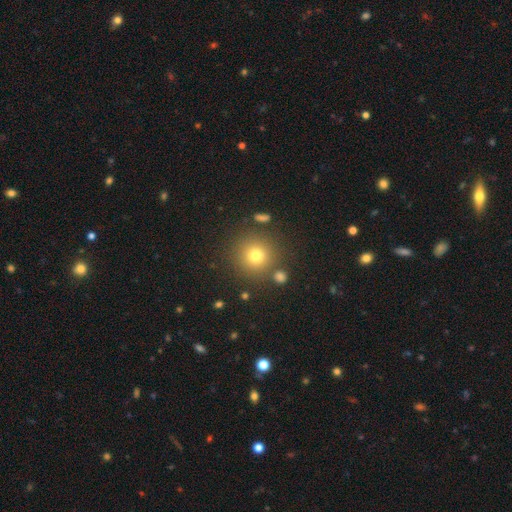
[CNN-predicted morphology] This appears to be a smooth galaxy with no disk features (75%) that is round (94%). Merging: none (83%).